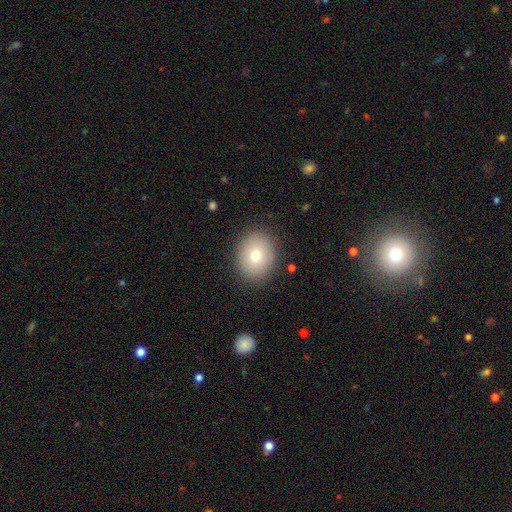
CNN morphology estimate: Smooth or featured?
  - smooth: 75% *
  - featured or disk: 15%
  - star or artifact: 10%
How rounded?
  - round: 59% *
  - in between: 40%
  - cigar-shaped: 1%
Merging?
  - none: 88% *
  - minor disturbance: 8%
  - major disturbance: 3%
  - merger: 1%